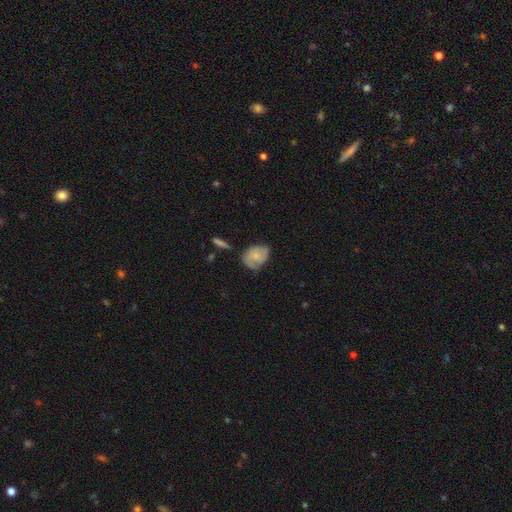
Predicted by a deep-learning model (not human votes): smooth 55%, featured or disk 38%, star or artifact 7%. Down the decision tree: how rounded — in between (60%); merging — none (49%).